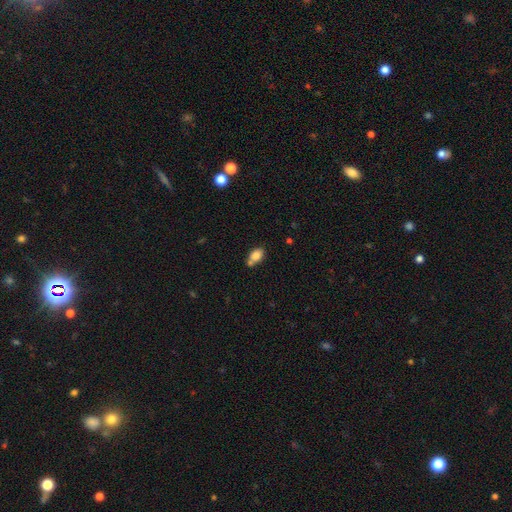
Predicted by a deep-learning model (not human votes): smooth_or_featured: smooth (p=0.81) [alt: featured or disk p=0.10]
how_rounded: in between (p=0.84) [alt: round p=0.14]
merging: none (p=0.51) [alt: merger p=0.28]